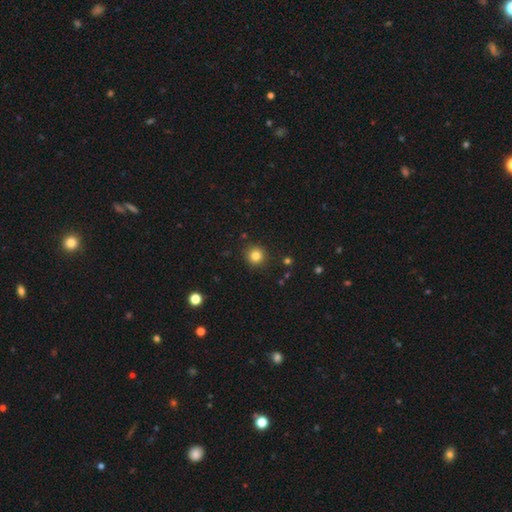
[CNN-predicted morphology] smooth 83%, star or artifact 12%, featured or disk 5%. Down the decision tree: how rounded — round (93%); merging — none (89%).